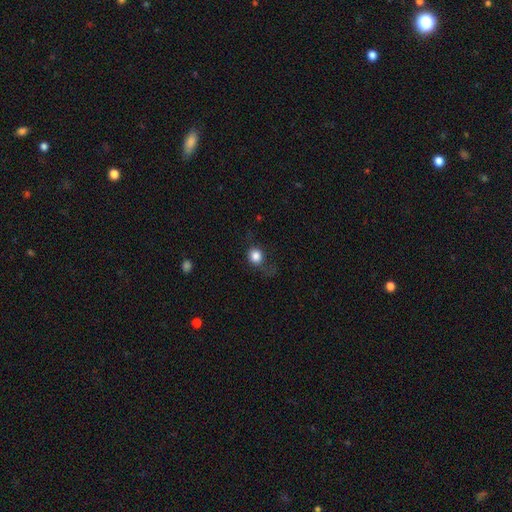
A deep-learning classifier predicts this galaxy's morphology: Smooth or featured?
  - smooth: 82% *
  - star or artifact: 10%
  - featured or disk: 8%
How rounded?
  - round: 81% *
  - in between: 18%
  - cigar-shaped: 1%
Merging?
  - none: 55% *
  - minor disturbance: 22%
  - major disturbance: 20%
  - merger: 2%